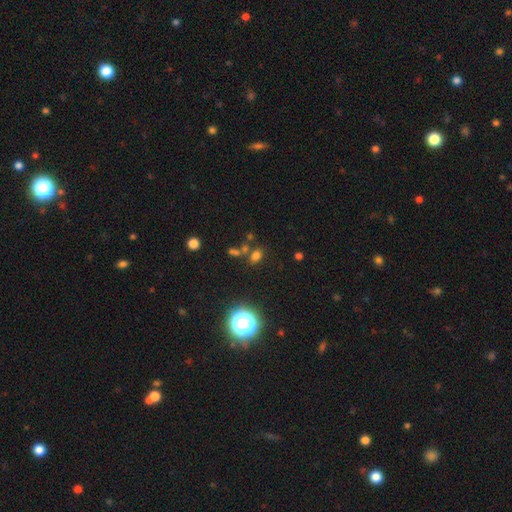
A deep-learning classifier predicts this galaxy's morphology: Q: Smooth or featured?
A: smooth (65%); runner-up: star or artifact (27%)
Q: How rounded?
A: in between (56%); runner-up: round (42%)
Q: Merging?
A: none (67%); runner-up: merger (17%)